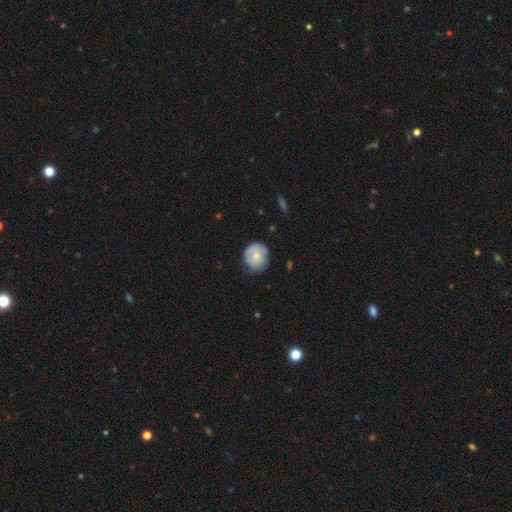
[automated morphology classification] A smooth galaxy with no disk features (63%) that is round (85%).

Vote fractions:
- Smooth or featured? smooth: 63% / featured or disk: 31% / star or artifact: 7%
- How rounded? round: 85% / in between: 15% / cigar-shaped: 1%
- Merging? none: 70% / minor disturbance: 23% / major disturbance: 5% / merger: 2%